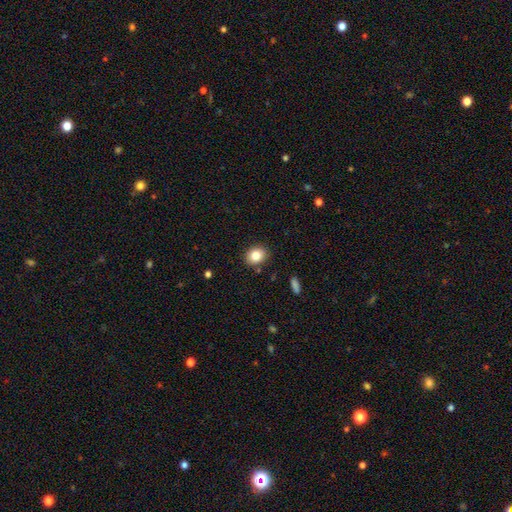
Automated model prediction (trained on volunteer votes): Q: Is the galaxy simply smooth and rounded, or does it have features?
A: smooth — 82%.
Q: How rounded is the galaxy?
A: round — 57%.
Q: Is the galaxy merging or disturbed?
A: none — 88%.